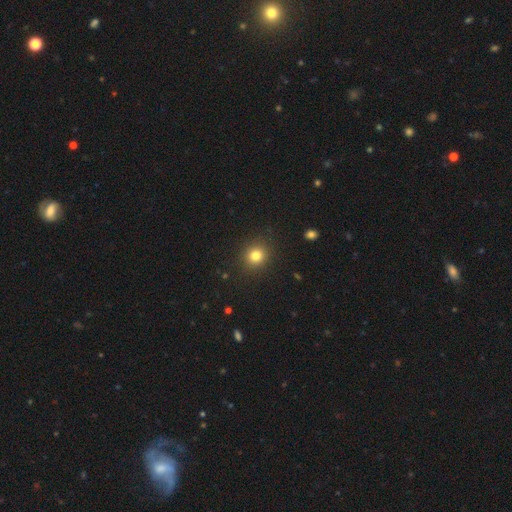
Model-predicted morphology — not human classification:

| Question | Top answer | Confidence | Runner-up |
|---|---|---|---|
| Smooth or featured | smooth | 81% | star or artifact (13%) |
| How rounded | round | 85% | in between (15%) |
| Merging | none | 90% | minor disturbance (7%) |